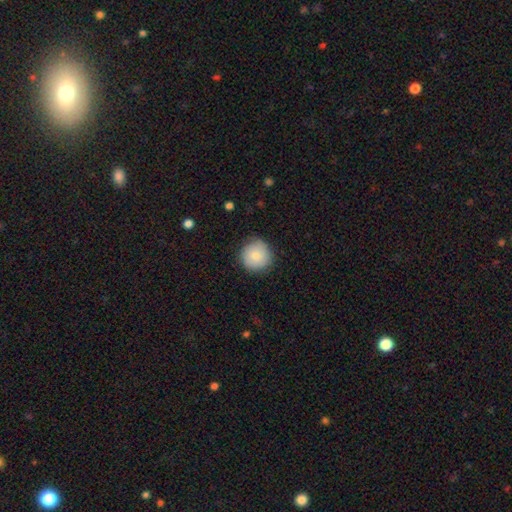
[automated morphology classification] This is clearly a smooth galaxy (82%). How rounded: clearly round (94%). Merging: clearly none (83%).